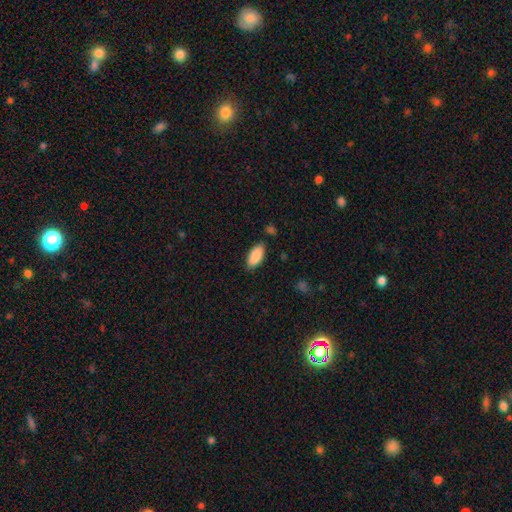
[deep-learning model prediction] Smooth or featured? smooth (89%)
How rounded? in between (91%)
Merging? none (82%)